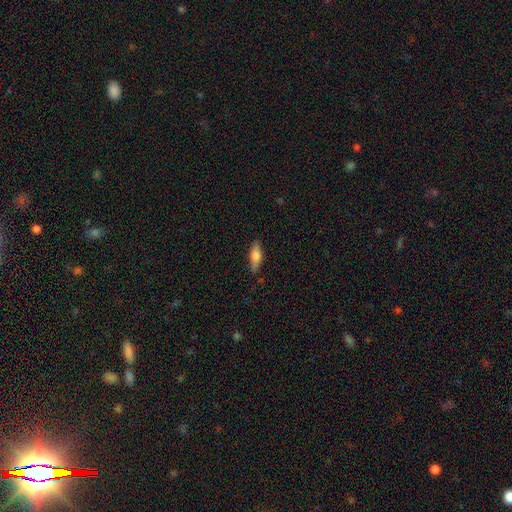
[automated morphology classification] Smooth or featured: smooth — 69% (featured or disk — 25%)
How rounded: in between — 56% (cigar-shaped — 42%)
Merging: none — 83% (minor disturbance — 13%)